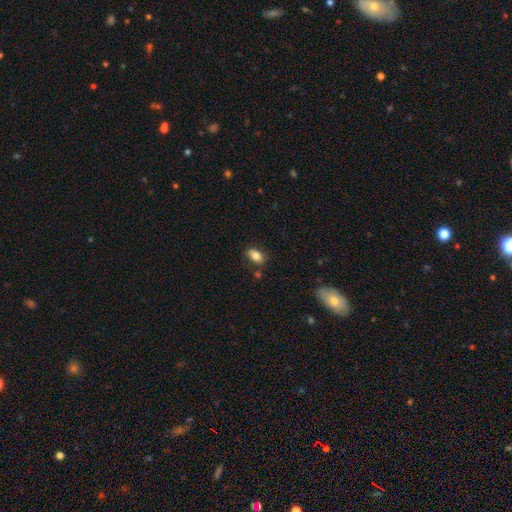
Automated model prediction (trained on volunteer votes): Smooth or featured?
  - smooth: 81% *
  - featured or disk: 11%
  - star or artifact: 8%
How rounded?
  - in between: 89% *
  - round: 7%
  - cigar-shaped: 4%
Merging?
  - none: 77% *
  - minor disturbance: 16%
  - merger: 5%
  - major disturbance: 3%